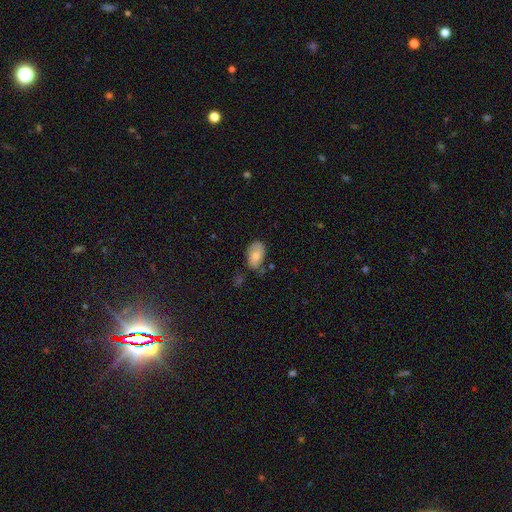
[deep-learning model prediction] Overall: smooth (78%). How rounded: in between (91%). Merging: none (54%; minor disturbance 31%).